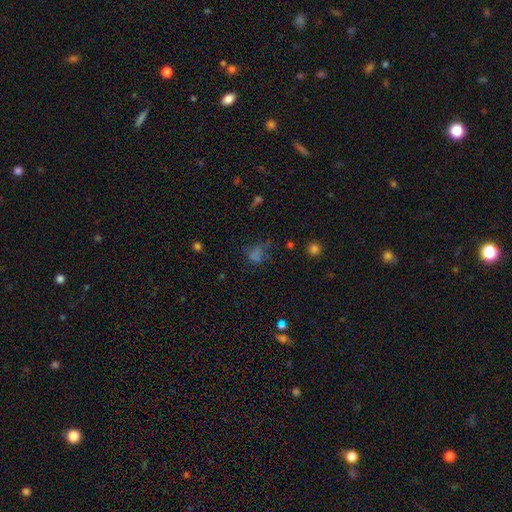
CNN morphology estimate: smooth 52%, star or artifact 34%, featured or disk 14%. Down the decision tree: how rounded — in between (51%); merging — none (46%).